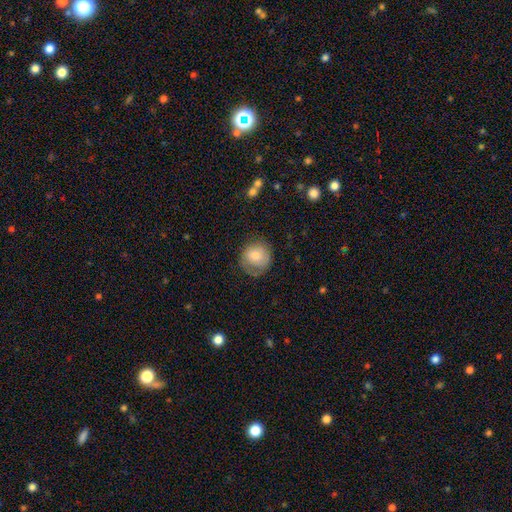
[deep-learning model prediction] The model was most divided on "merging": none: 62%, minor disturbance: 25%, major disturbance: 11%, merger: 2%. More confident: how rounded — round (85%); smooth or featured — smooth (79%).